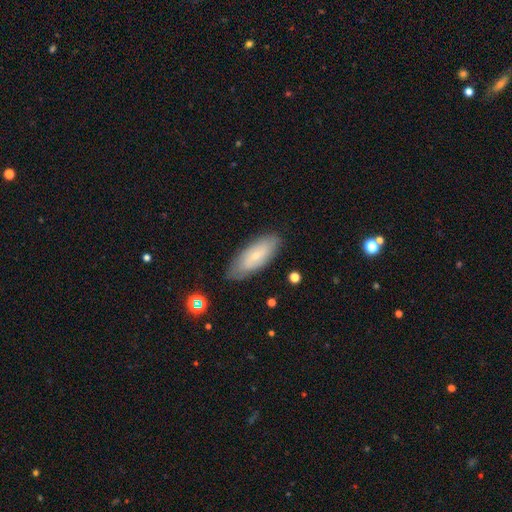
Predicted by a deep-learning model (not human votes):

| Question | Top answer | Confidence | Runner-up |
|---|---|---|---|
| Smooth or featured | smooth | 55% | featured or disk (38%) |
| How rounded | in between | 75% | cigar-shaped (23%) |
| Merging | none | 78% | minor disturbance (16%) |